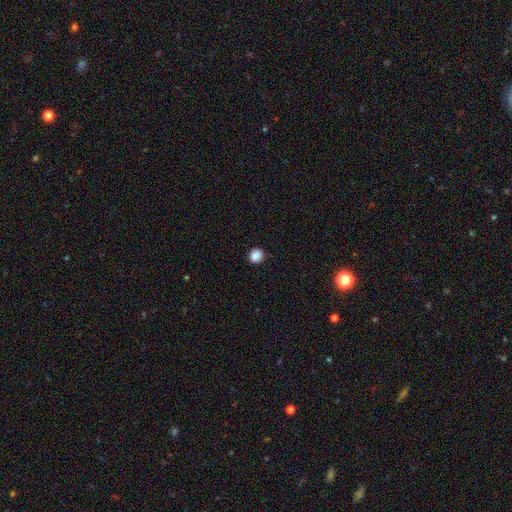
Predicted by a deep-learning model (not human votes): A smooth galaxy with no disk features (88%) that is round (89%). Merging: none (91%).